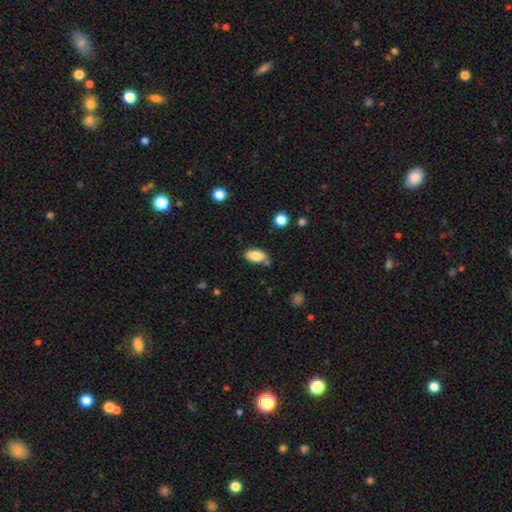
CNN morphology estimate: smooth_or_featured: smooth (p=0.85) [alt: star or artifact p=0.07]
how_rounded: in between (p=0.92) [alt: cigar-shaped p=0.05]
merging: none (p=0.76) [alt: minor disturbance p=0.15]